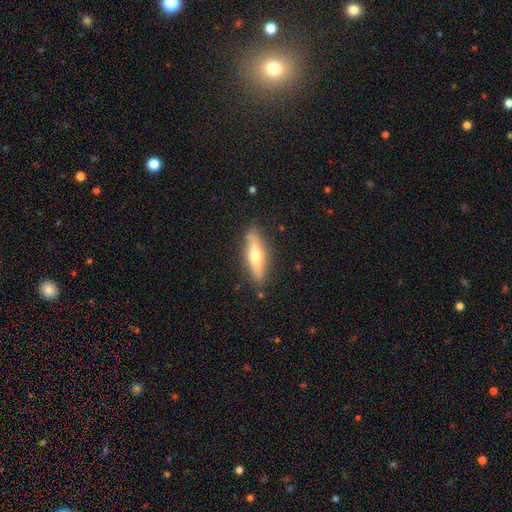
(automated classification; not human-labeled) A featured or disk galaxy (51%) viewed edge-on (86%).

Vote fractions:
- Smooth or featured? featured or disk: 51% / smooth: 43% / star or artifact: 6%
- Edge-on disk? yes: 86% / no: 14%
- Merging? none: 85% / minor disturbance: 11% / major disturbance: 2% / merger: 2%